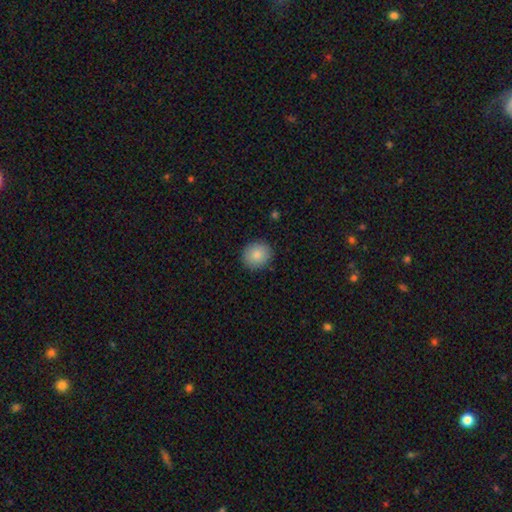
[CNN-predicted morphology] smooth-or-featured: smooth: 86% | star or artifact: 8% | featured or disk: 7%
  how-rounded: round: 82% | in between: 18% | cigar-shaped: 1%
  merging: none: 89% | minor disturbance: 8% | major disturbance: 2% | merger: 1%